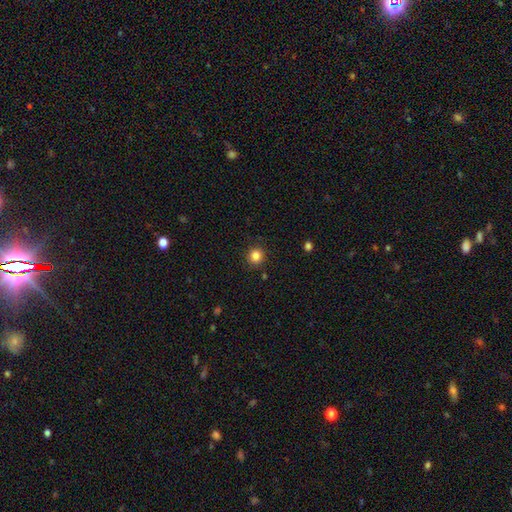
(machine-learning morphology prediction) Smooth or featured? smooth (84%)
How rounded? round (92%)
Merging? none (90%)